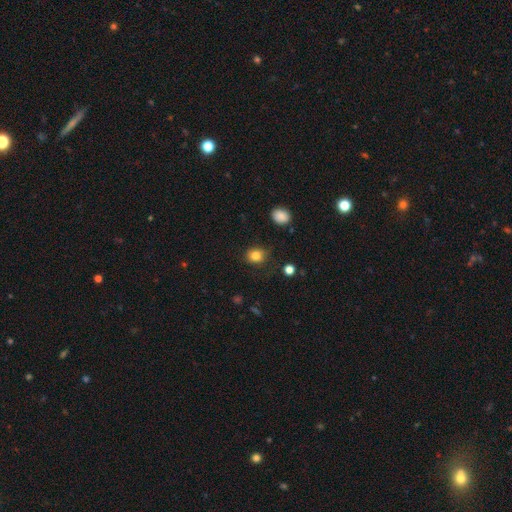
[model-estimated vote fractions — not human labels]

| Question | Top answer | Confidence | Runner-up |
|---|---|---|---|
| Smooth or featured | smooth | 83% | star or artifact (11%) |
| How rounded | round | 68% | in between (31%) |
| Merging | none | 82% | minor disturbance (13%) |